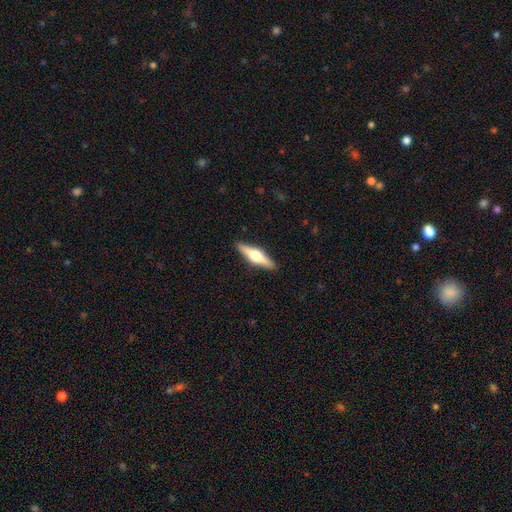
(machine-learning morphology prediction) featured or disk 61%, smooth 34%, star or artifact 5%. Down the decision tree: edge-on disk — yes (96%); edge-on bulge — rounded (94%); merging — none (90%).